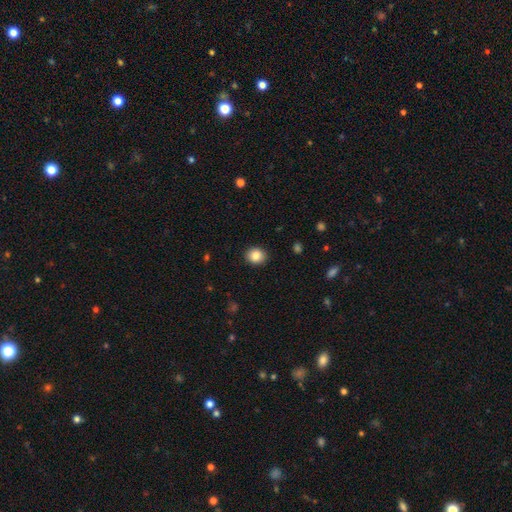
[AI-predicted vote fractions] Smooth or featured? smooth (86%)
How rounded? round (68%)
Merging? none (90%)